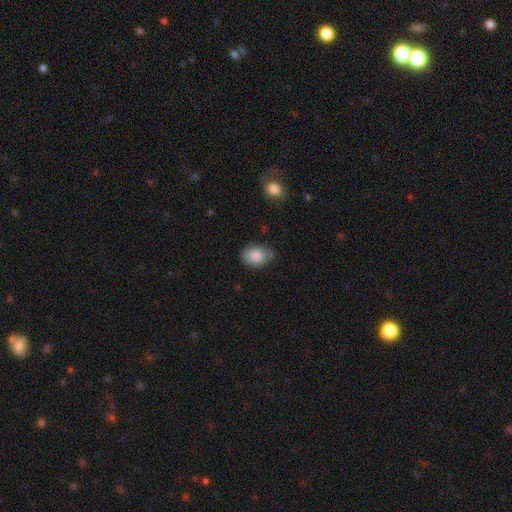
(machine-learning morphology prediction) Smooth or featured? Predicted: smooth (p=0.85). How rounded? Predicted: in between (p=0.75). Merging? Predicted: none (p=0.70).